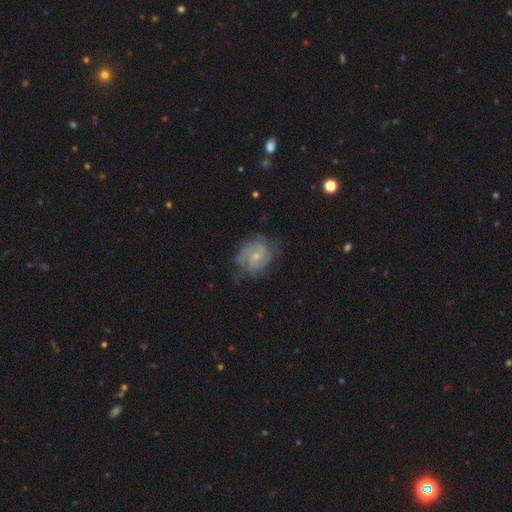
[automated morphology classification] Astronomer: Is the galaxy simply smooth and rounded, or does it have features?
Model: featured or disk — 82%.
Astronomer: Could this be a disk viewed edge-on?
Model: no — 98%.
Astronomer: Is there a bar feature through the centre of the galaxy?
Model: no — 62%.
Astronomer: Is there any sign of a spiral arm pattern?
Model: yes — 95%.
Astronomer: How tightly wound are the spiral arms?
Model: tight — 52% (runner-up: medium, 39%).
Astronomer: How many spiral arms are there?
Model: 2 — 58%.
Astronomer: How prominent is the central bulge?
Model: small — 67%.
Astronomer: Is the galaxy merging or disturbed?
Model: none — 68%.